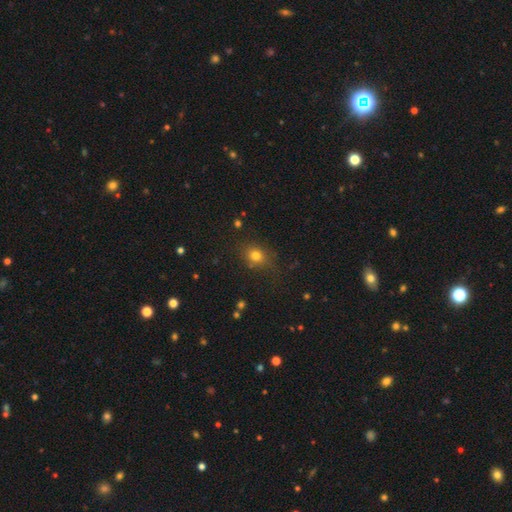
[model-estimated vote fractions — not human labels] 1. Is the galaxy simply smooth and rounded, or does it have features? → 76% smooth, 16% star or artifact, 8% featured or disk.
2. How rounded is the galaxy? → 66% round, 33% in between, 1% cigar-shaped.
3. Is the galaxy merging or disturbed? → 75% none, 16% minor disturbance, 6% major disturbance, 3% merger.